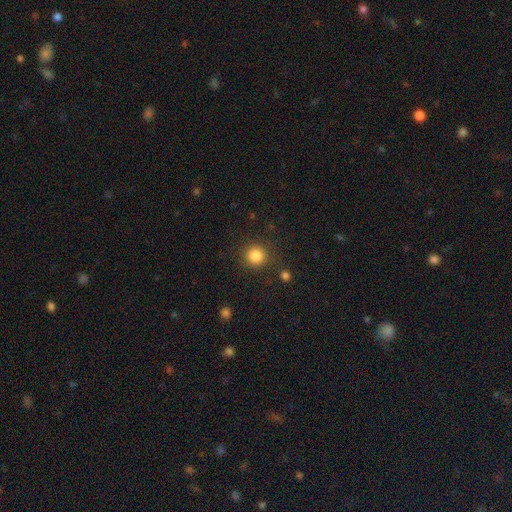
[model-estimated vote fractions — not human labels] This is clearly a smooth galaxy (84%). How rounded: clearly round (92%). Merging: clearly none (87%).